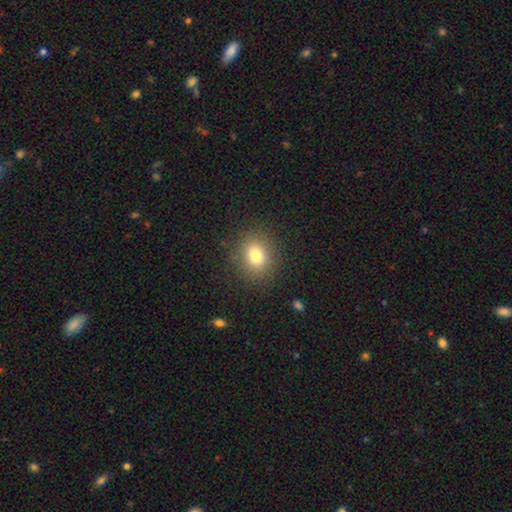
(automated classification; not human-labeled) This appears to be a smooth galaxy with no disk features (78%) that is round (64%). Merging: none (88%).